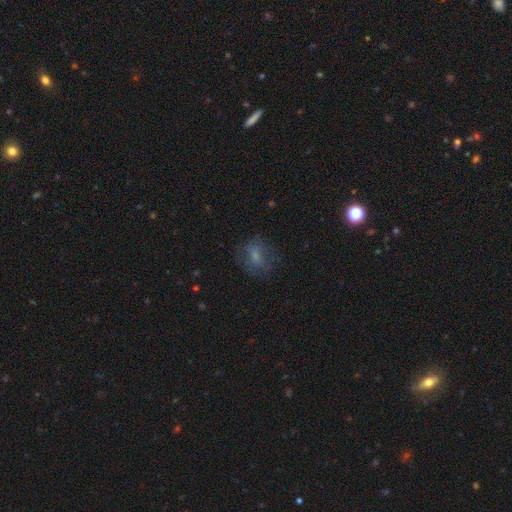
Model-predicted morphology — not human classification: type=smooth (59%); roundness=round (53%); merging=none (66%).